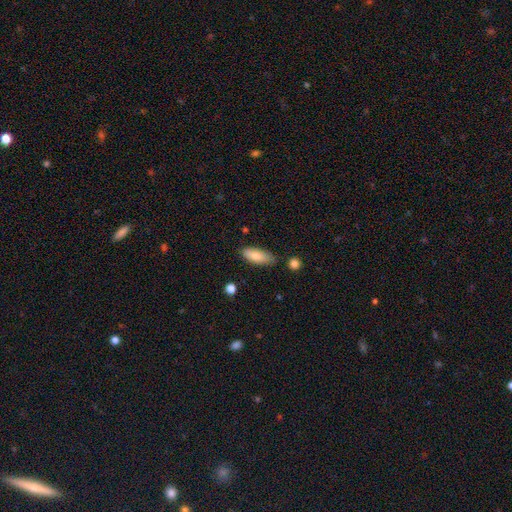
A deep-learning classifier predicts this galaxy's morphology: Smooth or featured? Predicted: smooth (p=0.80). How rounded? Predicted: in between (p=0.78). Merging? Predicted: none (p=0.77).